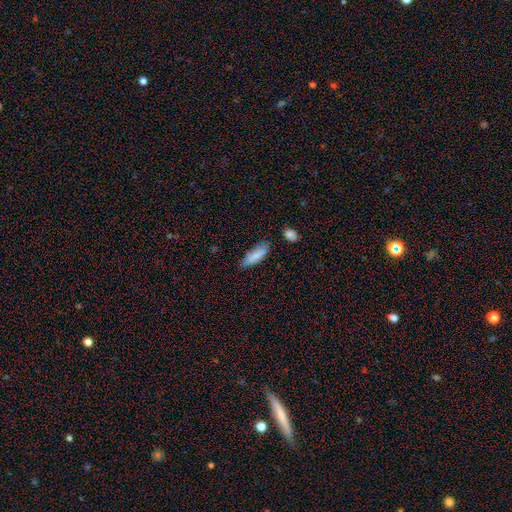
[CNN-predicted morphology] Smooth or featured: smooth — 80% (featured or disk — 13%)
How rounded: in between — 54% (cigar-shaped — 44%)
Merging: none — 70% (minor disturbance — 22%)